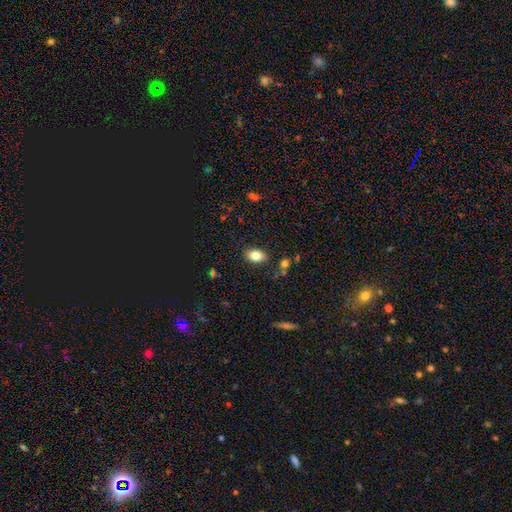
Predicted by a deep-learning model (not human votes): smooth-or-featured: smooth: 81% | featured or disk: 10% | star or artifact: 9%
  how-rounded: in between: 88% | round: 9% | cigar-shaped: 2%
  merging: none: 86% | minor disturbance: 10% | major disturbance: 2% | merger: 2%